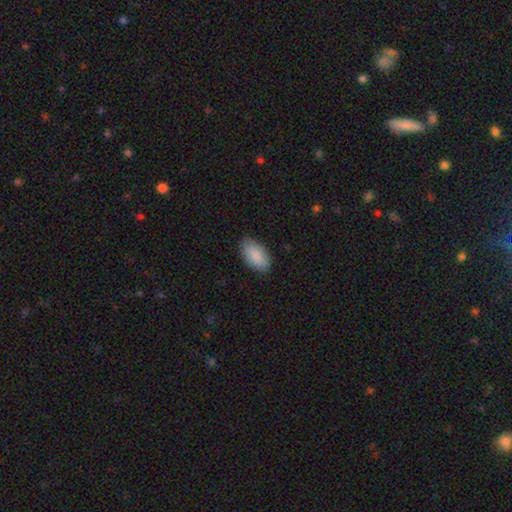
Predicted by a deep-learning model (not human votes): This appears to be a smooth galaxy with no disk features (89%) that is in between round and cigar-shaped (95%). Merging: none (83%).